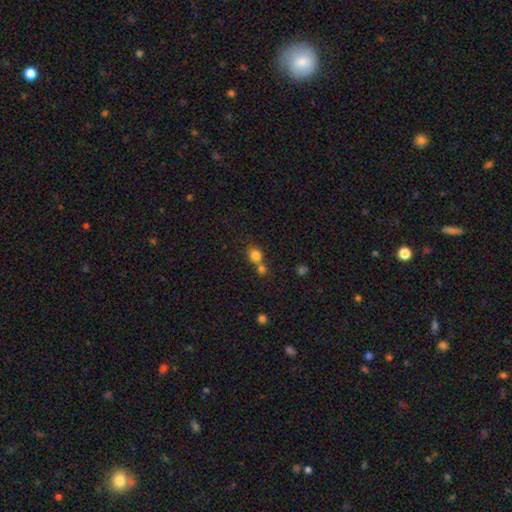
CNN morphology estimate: A smooth galaxy with no disk features (80%) that is round (70%).

Vote fractions:
- Smooth or featured? smooth: 80% / star or artifact: 12% / featured or disk: 8%
- How rounded? round: 70% / in between: 29% / cigar-shaped: 1%
- Merging? merger: 45% / none: 44% / minor disturbance: 8% / major disturbance: 3%